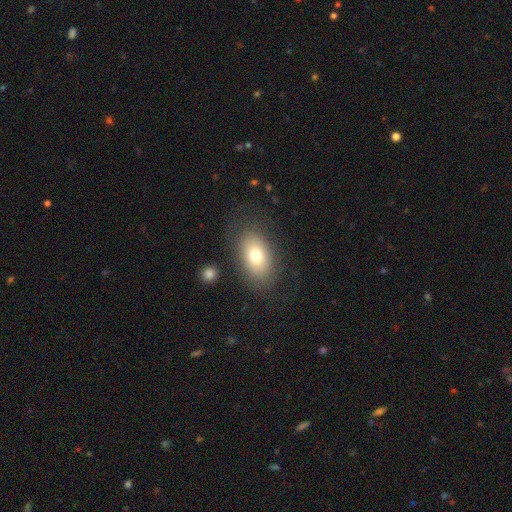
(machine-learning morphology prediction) Smooth or featured? smooth (73%)
How rounded? in between (88%)
Merging? none (79%)